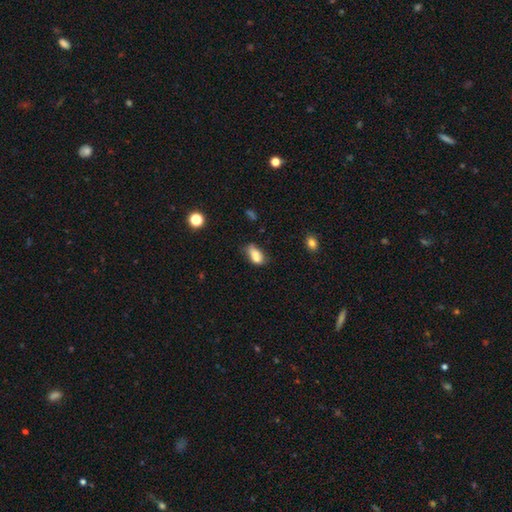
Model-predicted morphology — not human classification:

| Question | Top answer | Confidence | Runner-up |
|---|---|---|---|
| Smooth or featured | smooth | 72% | featured or disk (18%) |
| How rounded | in between | 83% | round (12%) |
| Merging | none | 36% | merger (34%) |